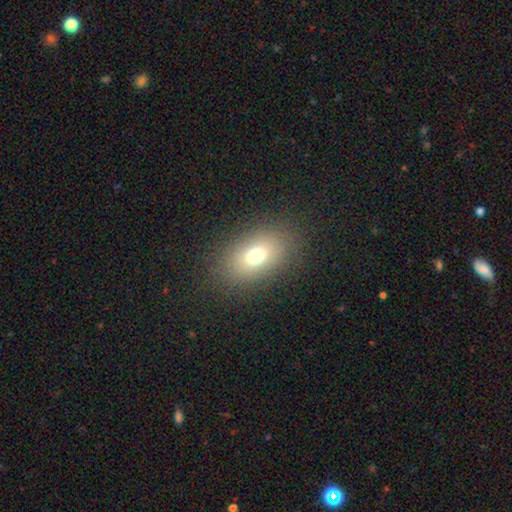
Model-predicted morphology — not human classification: Q: Smooth or featured?
A: smooth (71%); runner-up: featured or disk (14%)
Q: How rounded?
A: in between (79%); runner-up: round (20%)
Q: Merging?
A: none (84%); runner-up: minor disturbance (9%)